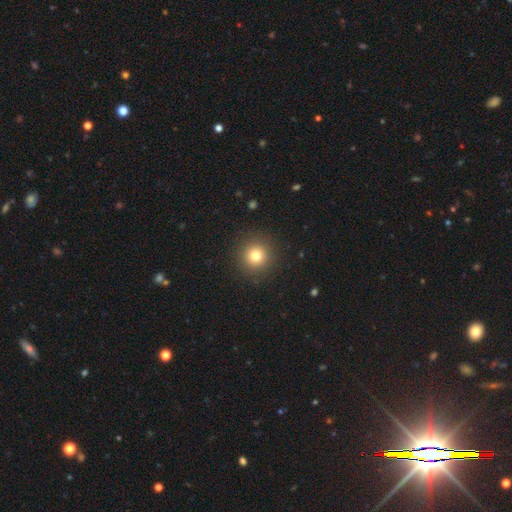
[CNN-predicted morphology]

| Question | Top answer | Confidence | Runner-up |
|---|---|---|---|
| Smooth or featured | smooth | 78% | star or artifact (14%) |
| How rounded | round | 95% | in between (4%) |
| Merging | none | 92% | minor disturbance (5%) |